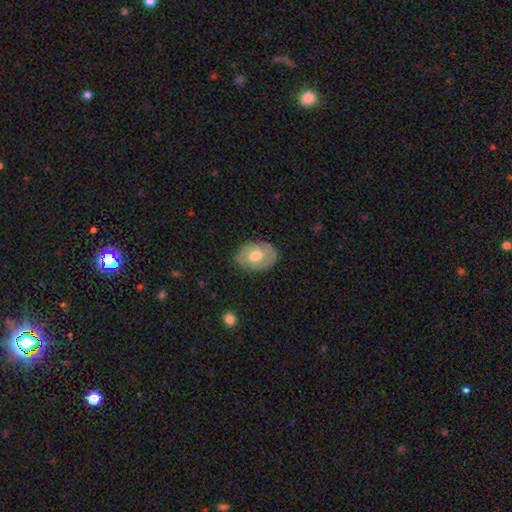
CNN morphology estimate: Q: Smooth or featured?
A: smooth (58%); runner-up: featured or disk (36%)
Q: How rounded?
A: in between (76%); runner-up: round (23%)
Q: Merging?
A: none (80%); runner-up: minor disturbance (15%)